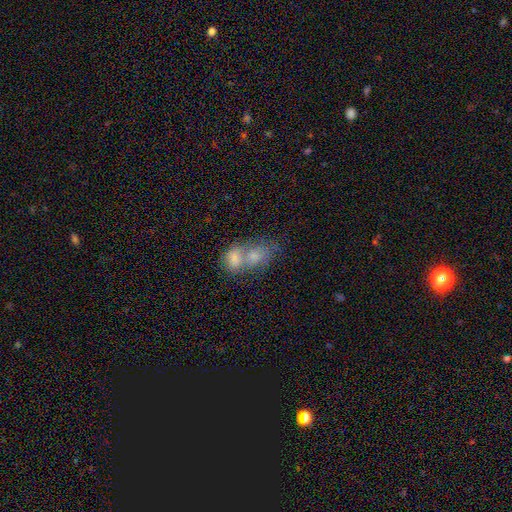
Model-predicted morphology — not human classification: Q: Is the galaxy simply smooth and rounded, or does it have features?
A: smooth — 69%.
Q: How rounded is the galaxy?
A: in between — 74%.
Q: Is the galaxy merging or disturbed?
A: merger — 71%.